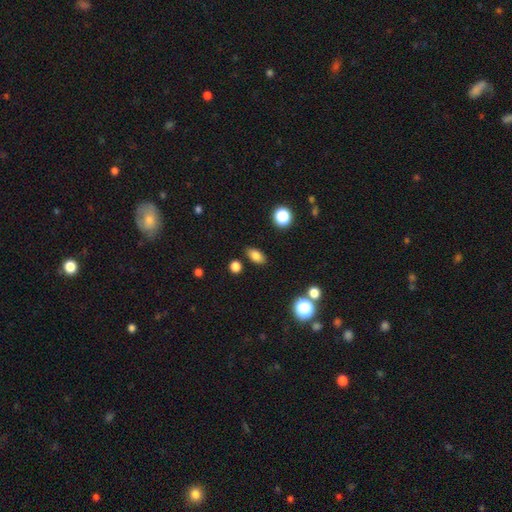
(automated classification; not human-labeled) A smooth galaxy with no disk features (80%) that is in between round and cigar-shaped (85%). Merging: none (85%).